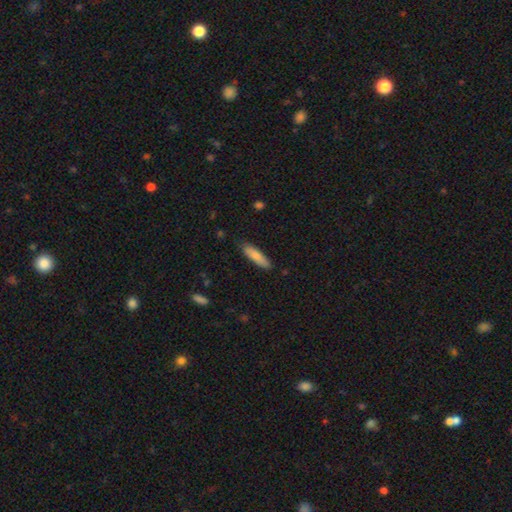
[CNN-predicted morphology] The model was most divided on "how rounded": cigar-shaped: 70%, in between: 29%, round: 1%. More confident: merging — none (84%); smooth or featured — smooth (82%).